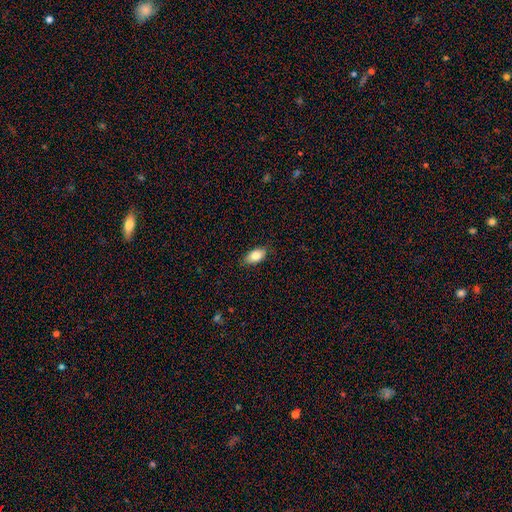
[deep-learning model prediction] Morphology: type=smooth (81%); roundness=in between (91%); merging=none (84%).